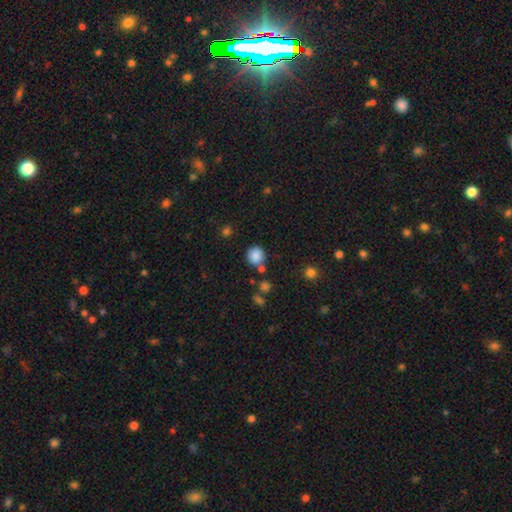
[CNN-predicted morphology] smooth_or_featured: smooth (p=0.85) [alt: star or artifact p=0.11]
how_rounded: round (p=0.90) [alt: in between p=0.09]
merging: none (p=0.76) [alt: minor disturbance p=0.11]